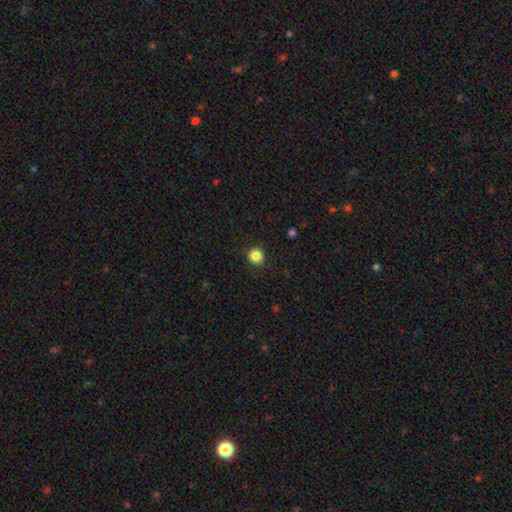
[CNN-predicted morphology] Smooth or featured?
  - smooth: 86% *
  - star or artifact: 11%
  - featured or disk: 3%
How rounded?
  - round: 90% *
  - in between: 9%
  - cigar-shaped: 1%
Merging?
  - none: 89% *
  - minor disturbance: 8%
  - major disturbance: 2%
  - merger: 1%